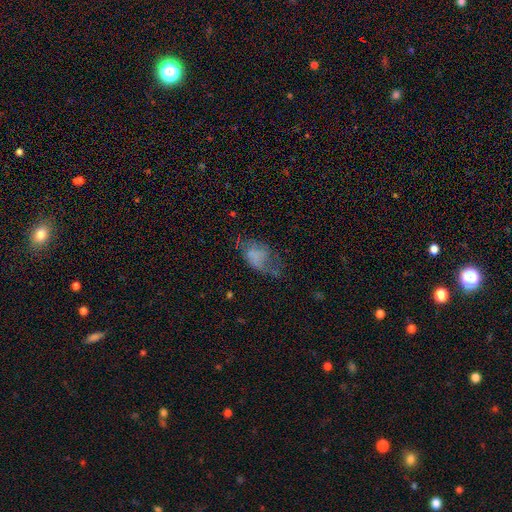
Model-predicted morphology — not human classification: A smooth galaxy with no disk features (55%) that is in between round and cigar-shaped (87%).

Vote fractions:
- Smooth or featured? smooth: 55% / featured or disk: 32% / star or artifact: 13%
- How rounded? in between: 87% / round: 11% / cigar-shaped: 2%
- Merging? major disturbance: 40% / none: 30% / minor disturbance: 27% / merger: 3%